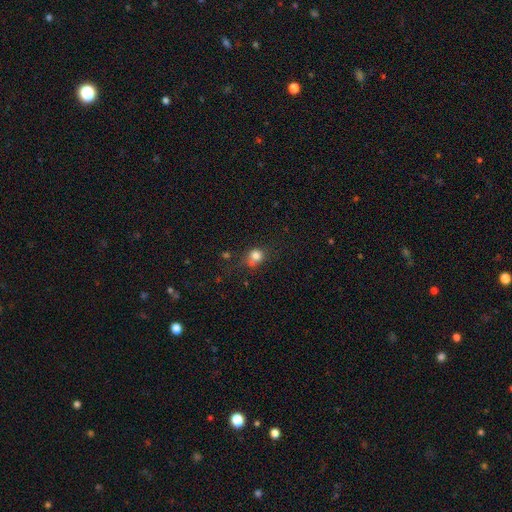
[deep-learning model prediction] smooth-or-featured: smooth: 78% | star or artifact: 13% | featured or disk: 9%
  how-rounded: round: 76% | in between: 23% | cigar-shaped: 1%
  merging: none: 55% | minor disturbance: 21% | merger: 16% | major disturbance: 8%